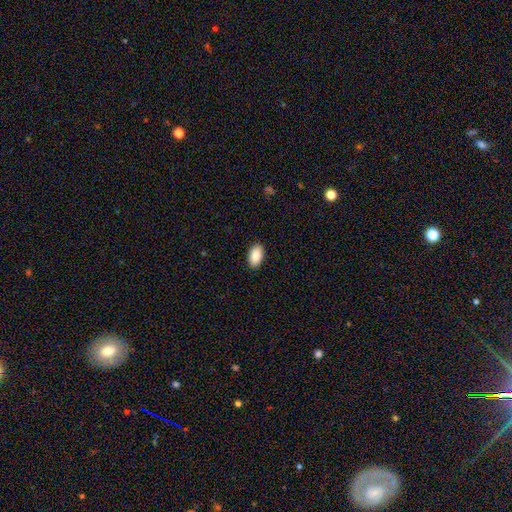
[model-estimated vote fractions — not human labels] Overall: smooth (89%). How rounded: in between (94%). Merging: none (90%).